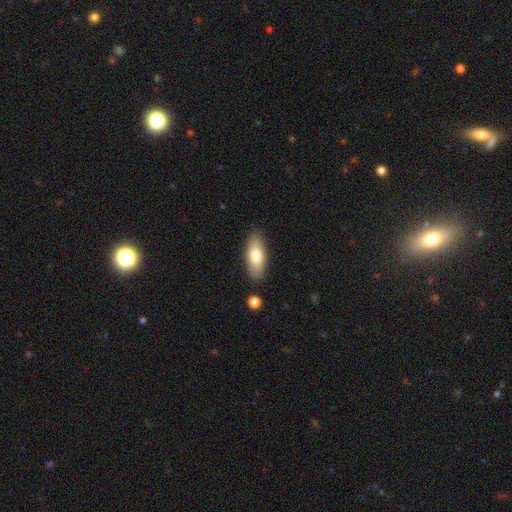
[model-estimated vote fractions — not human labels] Q: Smooth or featured?
A: smooth (74%); runner-up: featured or disk (20%)
Q: How rounded?
A: in between (77%); runner-up: cigar-shaped (20%)
Q: Merging?
A: none (86%); runner-up: minor disturbance (10%)